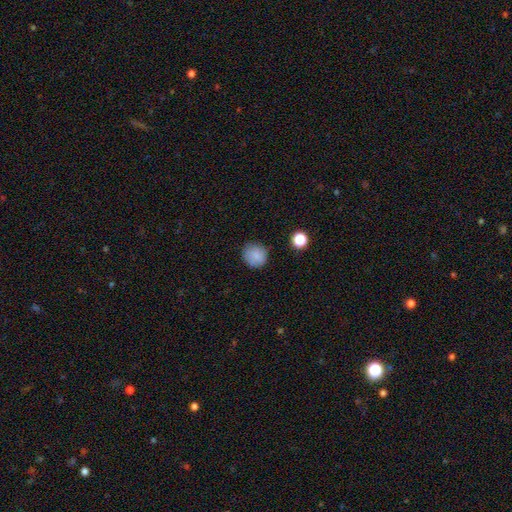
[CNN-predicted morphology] Smooth or featured? Predicted: smooth (p=0.84). How rounded? Predicted: round (p=0.87). Merging? Predicted: none (p=0.81).